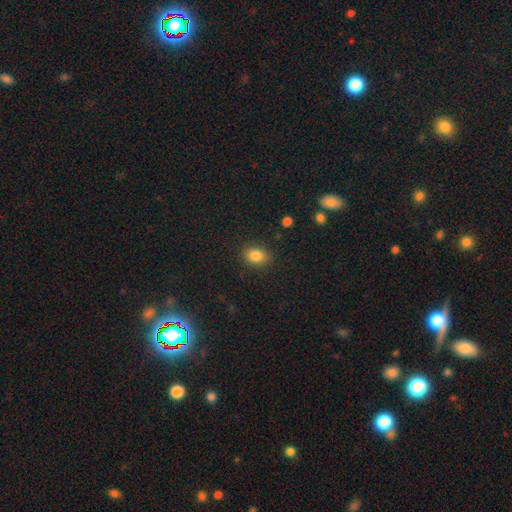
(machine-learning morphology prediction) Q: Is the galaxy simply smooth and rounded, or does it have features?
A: smooth — 84%.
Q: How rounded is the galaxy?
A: in between — 65%.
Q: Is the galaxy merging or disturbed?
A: none — 86%.